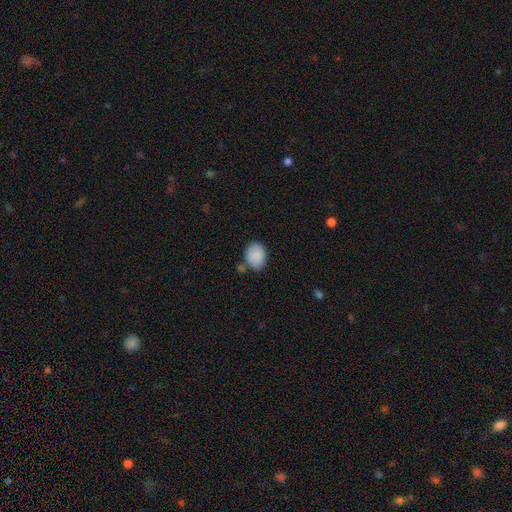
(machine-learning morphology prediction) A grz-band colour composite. It shows a smooth galaxy with no disk features (88%) that is in between round and cigar-shaped (63%). Merging: none (66%).